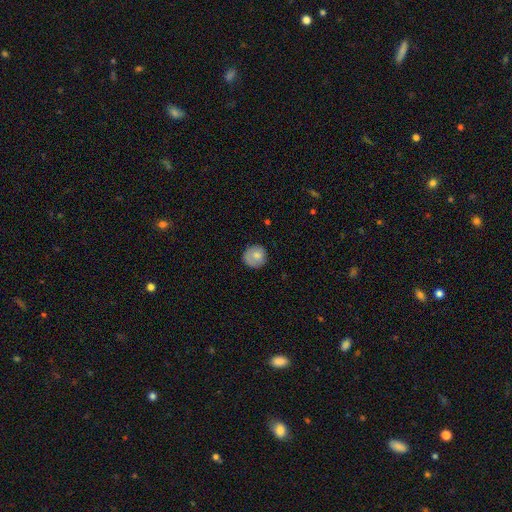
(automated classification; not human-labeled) Smooth or featured? smooth (74%)
How rounded? round (89%)
Merging? none (76%)